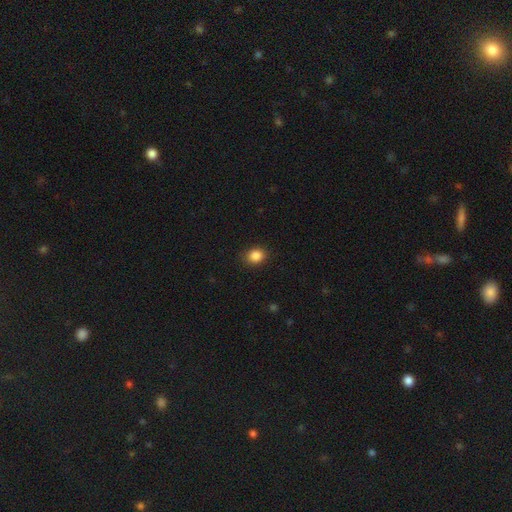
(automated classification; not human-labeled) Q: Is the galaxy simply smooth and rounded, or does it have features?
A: smooth — 86%.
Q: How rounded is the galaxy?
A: round — 55%.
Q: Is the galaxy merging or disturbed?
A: none — 87%.